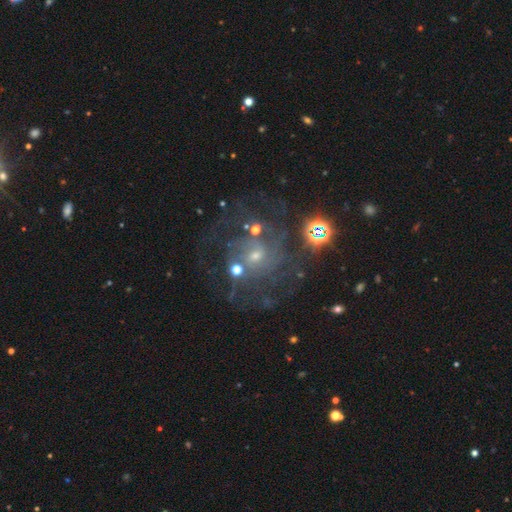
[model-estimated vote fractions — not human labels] Morphology: type=featured or disk (71%); edge-on=no (97%); bar=no (66%); spiral arms=yes (86%); winding=tight (49%); arm count=can't tell (42%); bulge=small (70%); merging=none (63%).